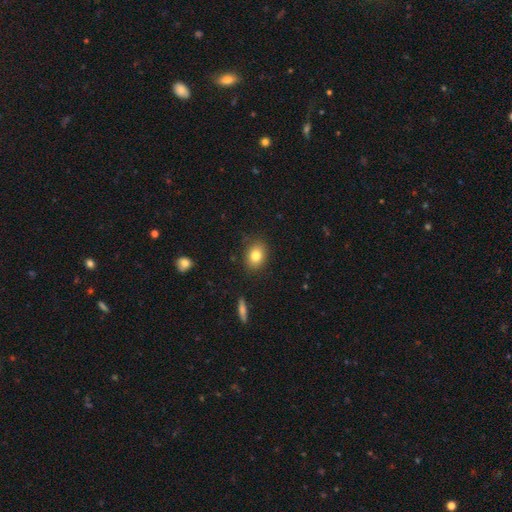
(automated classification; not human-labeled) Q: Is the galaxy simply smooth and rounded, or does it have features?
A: smooth — 81%.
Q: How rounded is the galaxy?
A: in between — 62%.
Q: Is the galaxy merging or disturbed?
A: none — 85%.